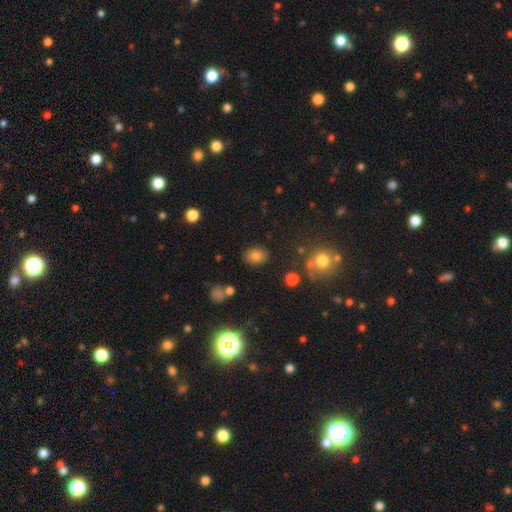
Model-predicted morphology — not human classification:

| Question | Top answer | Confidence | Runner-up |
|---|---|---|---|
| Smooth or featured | smooth | 80% | star or artifact (12%) |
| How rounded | in between | 56% | round (43%) |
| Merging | none | 84% | minor disturbance (10%) |